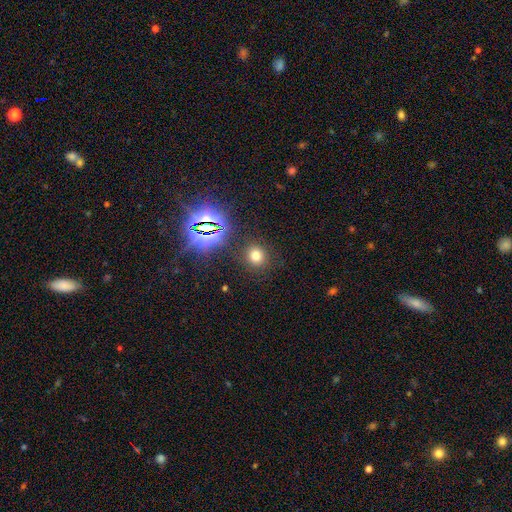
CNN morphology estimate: Q: Smooth or featured?
A: smooth (68%); runner-up: star or artifact (24%)
Q: How rounded?
A: round (84%); runner-up: in between (15%)
Q: Merging?
A: none (87%); runner-up: minor disturbance (7%)